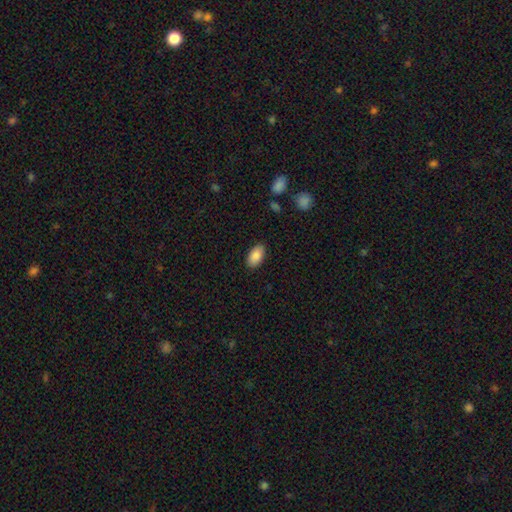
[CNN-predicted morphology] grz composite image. It shows a smooth galaxy with no disk features (88%) that is in between round and cigar-shaped (94%). Merging: none (87%).